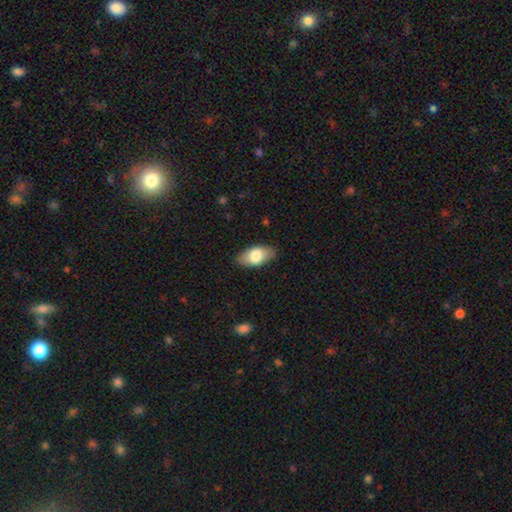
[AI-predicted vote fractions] smooth 75%, featured or disk 19%, star or artifact 6%. Down the decision tree: how rounded — in between (92%); merging — none (85%).